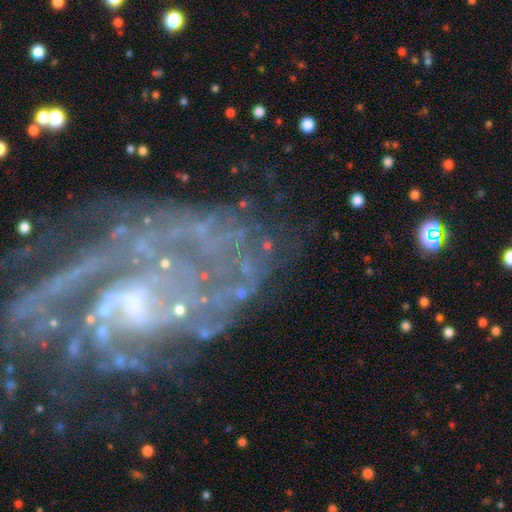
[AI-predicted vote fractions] This appears to be a featured or disk galaxy (83%) with no bar (60%), tight (39%) spiral arms (84%) and a small central bulge (35%). Merging: none (50%).